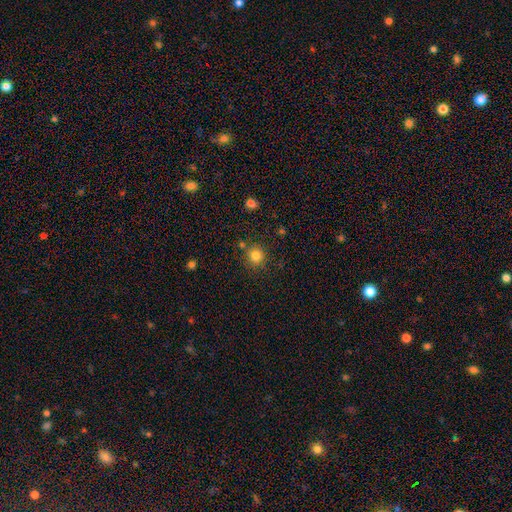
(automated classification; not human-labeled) This appears to be a smooth galaxy with no disk features (82%) that is round (93%). Merging: none (82%).